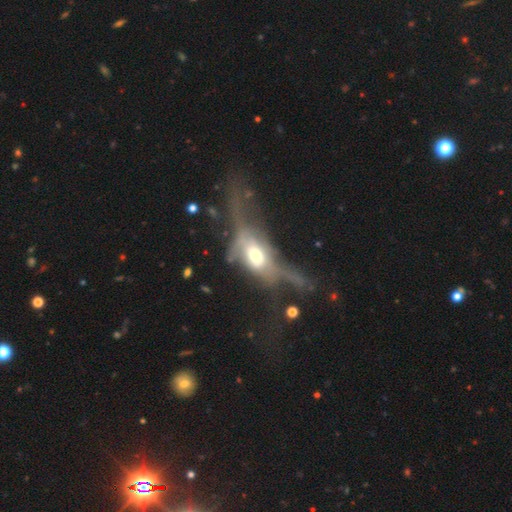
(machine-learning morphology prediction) Smooth or featured? featured or disk (63%)
Edge-on disk? no (57%)
Merging? major disturbance (59%)